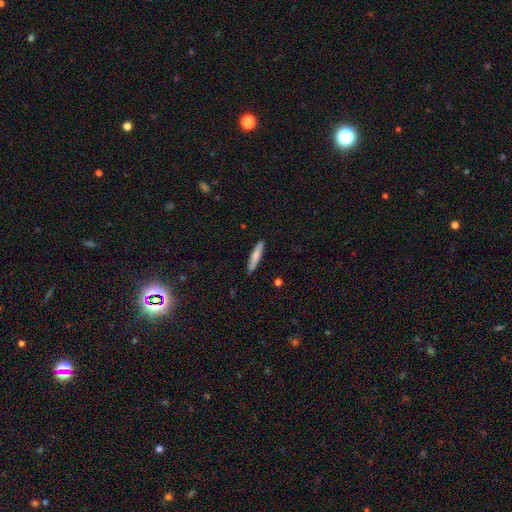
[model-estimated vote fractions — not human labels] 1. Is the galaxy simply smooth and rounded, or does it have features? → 74% smooth, 21% featured or disk, 6% star or artifact.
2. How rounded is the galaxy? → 89% cigar-shaped, 9% in between, 1% round.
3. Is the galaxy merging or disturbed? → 89% none, 8% minor disturbance, 2% major disturbance, 1% merger.